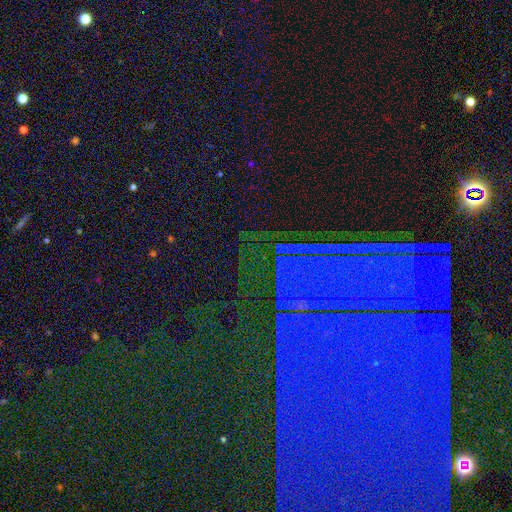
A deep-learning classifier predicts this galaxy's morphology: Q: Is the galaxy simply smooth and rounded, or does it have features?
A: star or artifact — 82%.